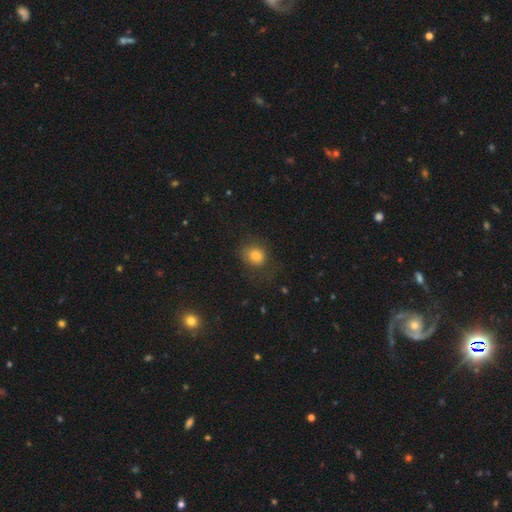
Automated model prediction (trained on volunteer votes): Smooth or featured: smooth — 77% (star or artifact — 13%)
How rounded: round — 64% (in between — 35%)
Merging: none — 69% (minor disturbance — 18%)